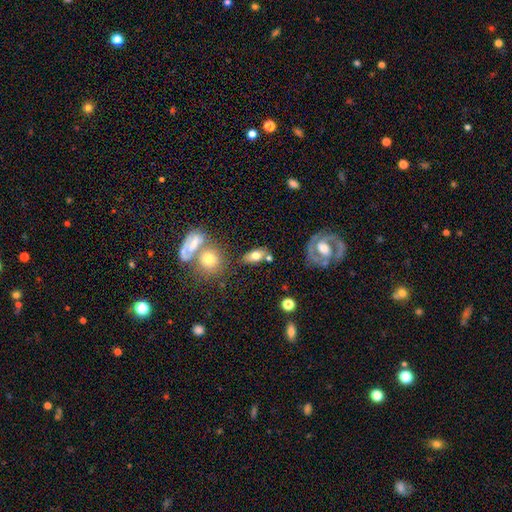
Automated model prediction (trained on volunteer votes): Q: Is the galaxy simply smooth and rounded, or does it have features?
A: smooth — 68%.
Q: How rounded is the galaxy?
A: in between — 85%.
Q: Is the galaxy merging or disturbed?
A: none — 64%.